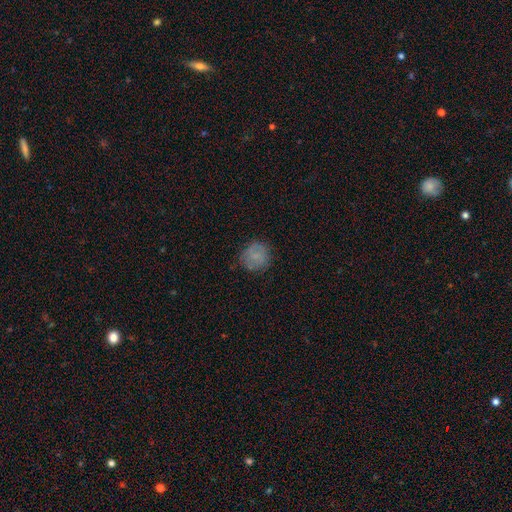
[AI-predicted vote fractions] smooth-or-featured: smooth: 70% | featured or disk: 19% | star or artifact: 10%
  how-rounded: round: 86% | in between: 13% | cigar-shaped: 1%
  merging: none: 77% | minor disturbance: 16% | major disturbance: 6% | merger: 1%